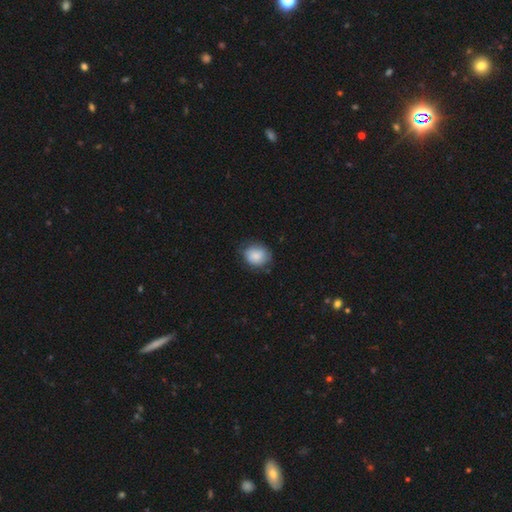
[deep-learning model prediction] Smooth or featured: smooth — 82% (featured or disk — 11%)
How rounded: round — 64% (in between — 35%)
Merging: none — 69% (minor disturbance — 24%)